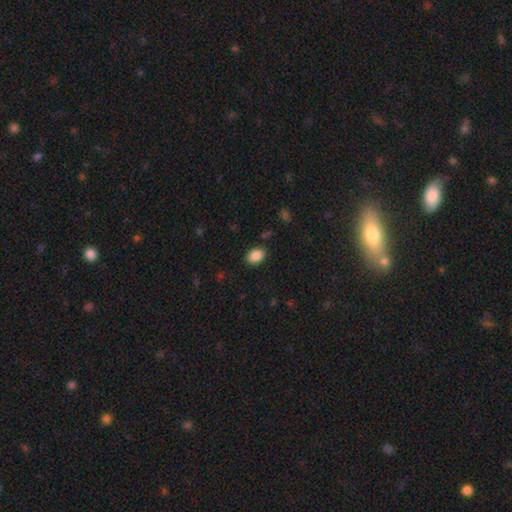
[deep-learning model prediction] Smooth or featured? Predicted: smooth (p=0.88). How rounded? Predicted: in between (p=0.81). Merging? Predicted: none (p=0.86).